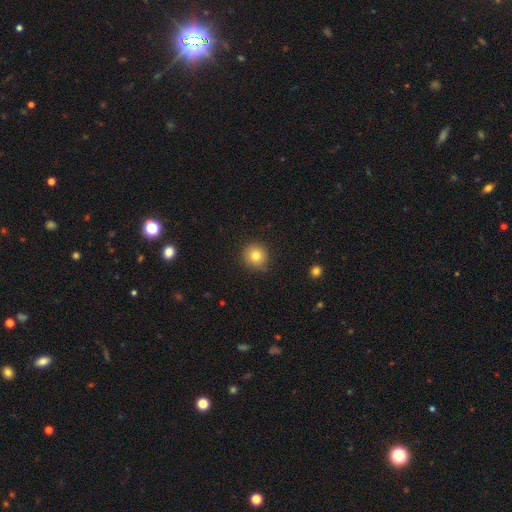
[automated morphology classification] This is clearly a smooth galaxy (80%). How rounded: clearly round (91%). Merging: clearly none (86%).